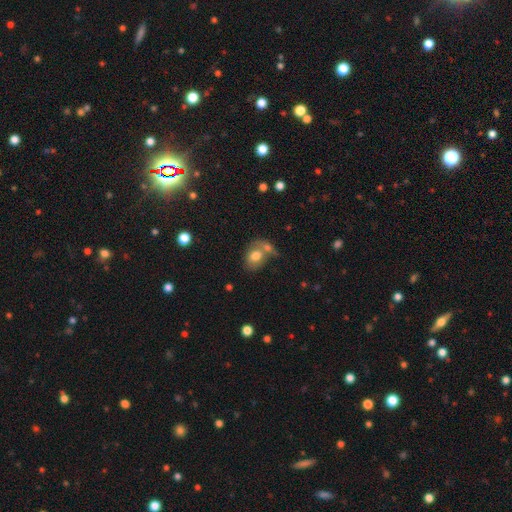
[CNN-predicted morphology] Smooth or featured? Predicted: smooth (p=0.73). How rounded? Predicted: in between (p=0.64). Merging? Predicted: merger (p=0.46).